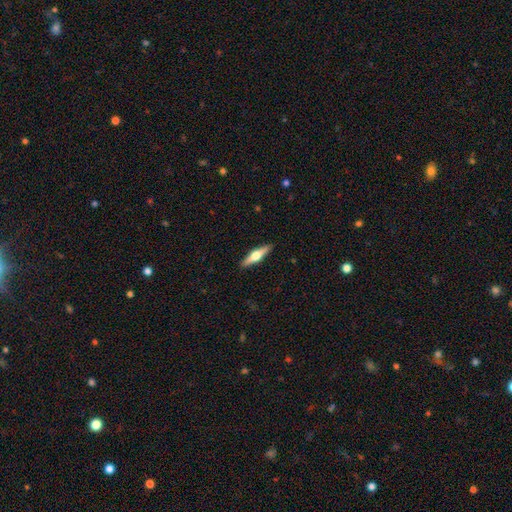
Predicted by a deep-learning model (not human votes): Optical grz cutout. It shows a featured or disk galaxy (62%) viewed edge-on (96%) with a rounded central bulge (95%). Merging: none (91%).